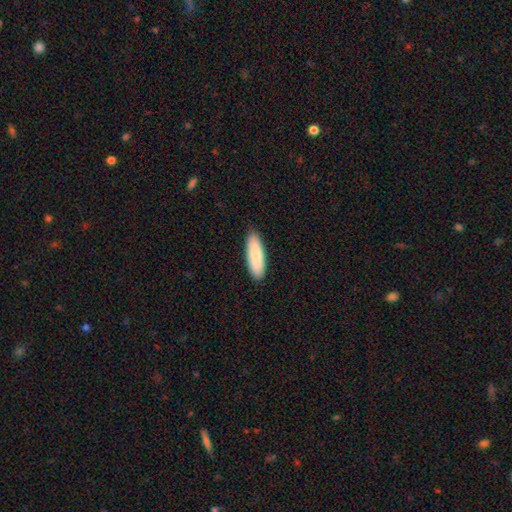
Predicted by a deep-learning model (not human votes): smooth-or-featured: smooth: 85% | featured or disk: 9% | star or artifact: 5%
  how-rounded: in between: 52% | cigar-shaped: 47% | round: 2%
  merging: none: 89% | minor disturbance: 8% | major disturbance: 2% | merger: 1%